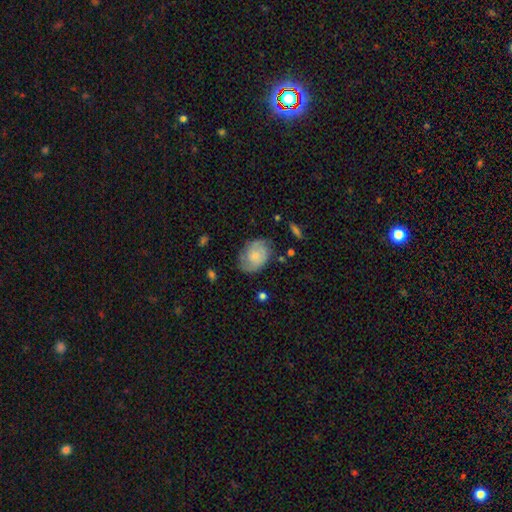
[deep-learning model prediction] Smooth or featured? featured or disk (57%)
Edge-on disk? no (97%)
Bar? no (71%)
Spiral arms? yes (85%)
Bulge size? small (46%)
Merging? none (68%)